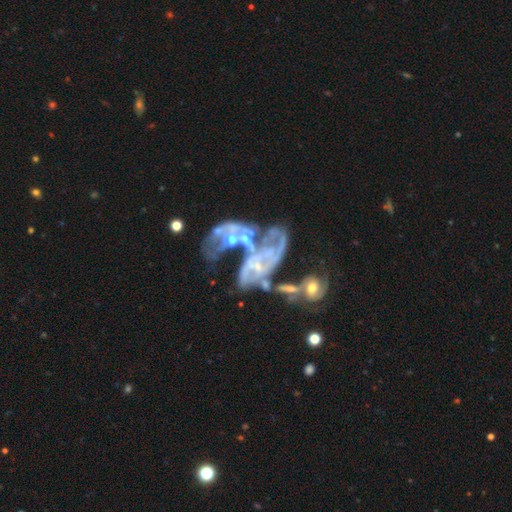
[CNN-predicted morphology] Q: Smooth or featured?
A: featured or disk (80%); runner-up: star or artifact (12%)
Q: Edge-on disk?
A: no (97%); runner-up: yes (3%)
Q: Bar?
A: no (60%); runner-up: weak (28%)
Q: Spiral arms?
A: yes (82%); runner-up: no (18%)
Q: Spiral winding?
A: medium (41%); runner-up: tight (29%)
Q: Spiral arm count?
A: can't tell (30%); runner-up: 2 (25%)
Q: Bulge size?
A: small (52%); runner-up: none (25%)
Q: Merging?
A: merger (51%); runner-up: major disturbance (22%)